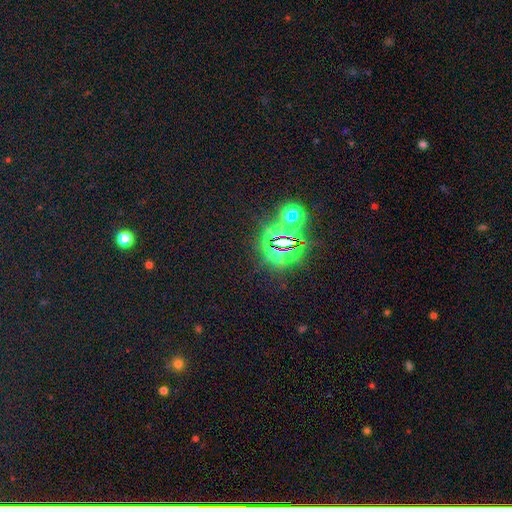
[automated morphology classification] A star or artifact, not a galaxy (73%).

Vote fractions:
- Smooth or featured? star or artifact: 73% / smooth: 18% / featured or disk: 9%